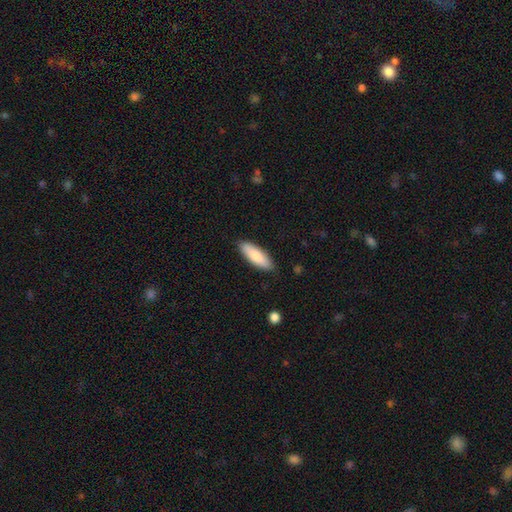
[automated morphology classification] type=smooth (82%); roundness=in between (57%); merging=none (87%).